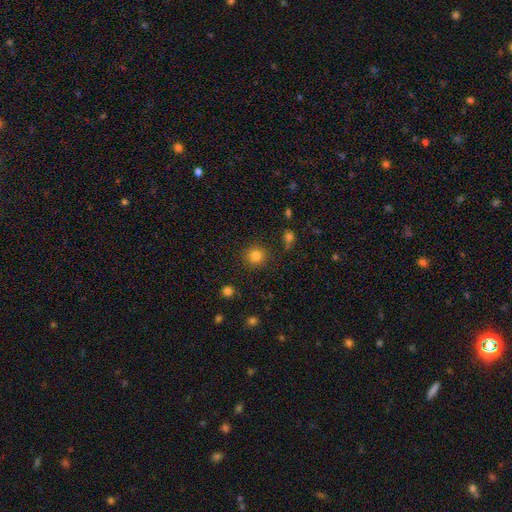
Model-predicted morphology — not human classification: Smooth or featured? smooth (82%)
How rounded? round (93%)
Merging? none (88%)